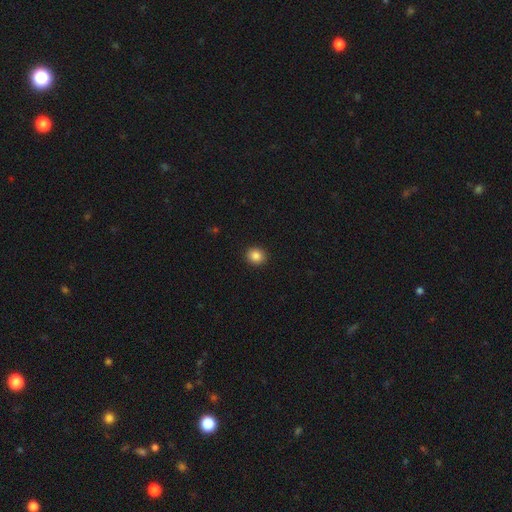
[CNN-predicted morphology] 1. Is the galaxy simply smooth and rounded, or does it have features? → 86% smooth, 10% star or artifact, 4% featured or disk.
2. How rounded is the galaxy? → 80% round, 19% in between, 1% cigar-shaped.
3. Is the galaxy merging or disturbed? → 92% none, 5% minor disturbance, 2% major disturbance, 1% merger.